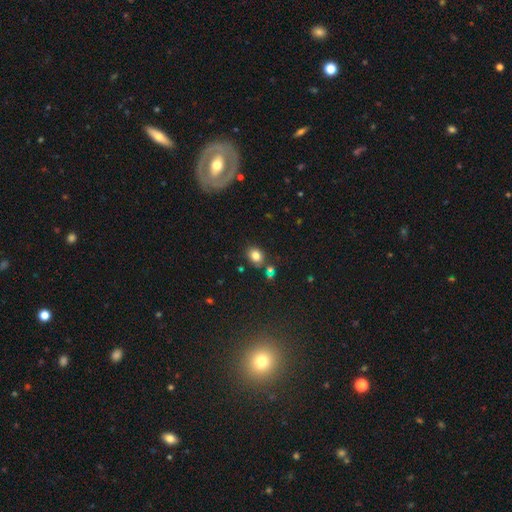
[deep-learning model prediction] Smooth or featured?
  - smooth: 80% *
  - star or artifact: 12%
  - featured or disk: 8%
How rounded?
  - in between: 54% *
  - round: 45%
  - cigar-shaped: 1%
Merging?
  - none: 75% *
  - minor disturbance: 13%
  - merger: 9%
  - major disturbance: 3%